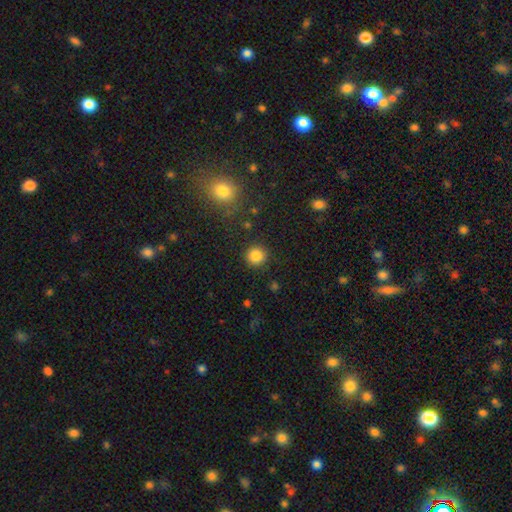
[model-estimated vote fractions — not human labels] Smooth or featured?
  - smooth: 85% *
  - star or artifact: 11%
  - featured or disk: 4%
How rounded?
  - round: 93% *
  - in between: 6%
  - cigar-shaped: 1%
Merging?
  - none: 89% *
  - minor disturbance: 7%
  - major disturbance: 3%
  - merger: 2%